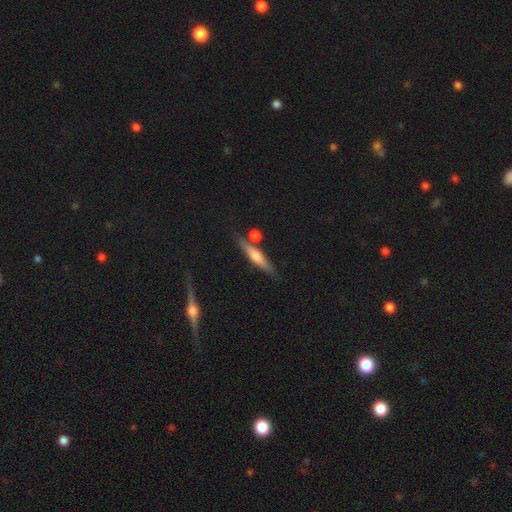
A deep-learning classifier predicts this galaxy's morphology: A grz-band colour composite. It shows a featured or disk galaxy (52%) viewed edge-on (94%). Merging: none (74%).